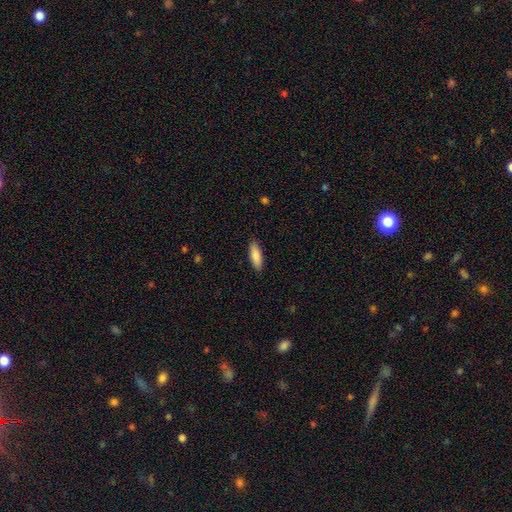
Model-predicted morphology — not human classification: type=smooth (87%); roundness=in between (57%); merging=none (89%).